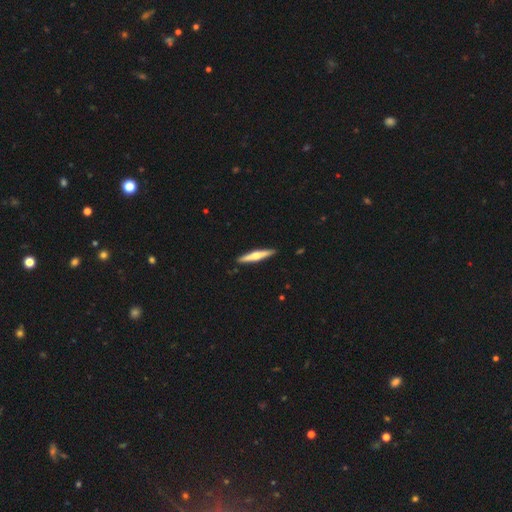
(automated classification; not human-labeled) This appears to be a featured or disk galaxy (56%) viewed edge-on (97%) with a rounded central bulge (85%). Merging: none (91%).